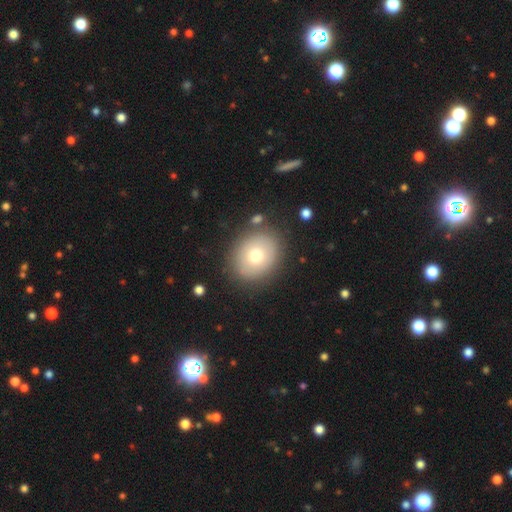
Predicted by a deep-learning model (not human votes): smooth-or-featured: smooth: 71% | featured or disk: 19% | star or artifact: 10%
  how-rounded: round: 57% | in between: 42% | cigar-shaped: 1%
  merging: none: 83% | minor disturbance: 10% | major disturbance: 4% | merger: 3%